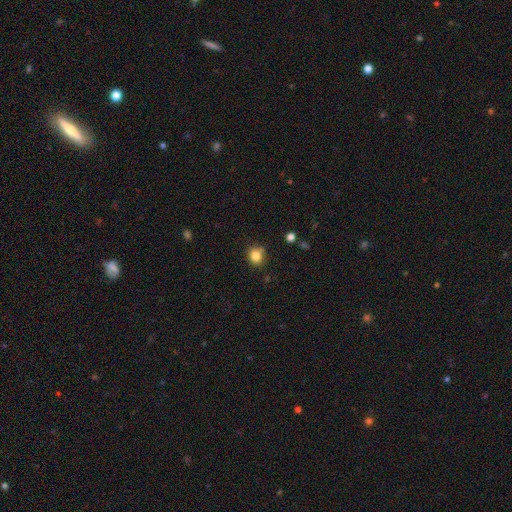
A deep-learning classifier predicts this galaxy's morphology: Smooth or featured: smooth — 82% (star or artifact — 12%)
How rounded: round — 82% (in between — 18%)
Merging: none — 78% (minor disturbance — 13%)